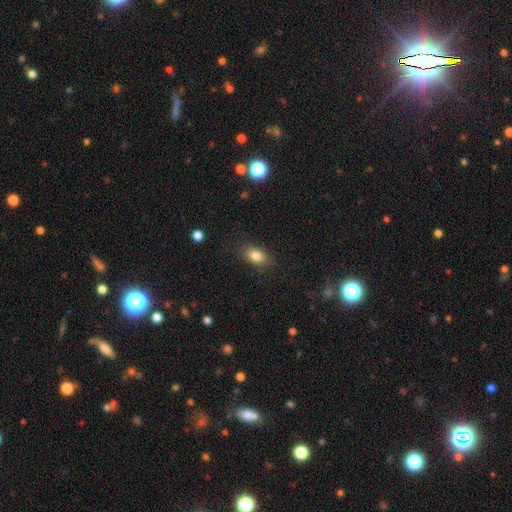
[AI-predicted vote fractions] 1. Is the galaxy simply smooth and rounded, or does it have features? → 83% smooth, 9% star or artifact, 8% featured or disk.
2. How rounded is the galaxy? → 83% in between, 14% round, 3% cigar-shaped.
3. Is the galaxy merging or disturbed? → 82% none, 13% minor disturbance, 4% major disturbance, 1% merger.